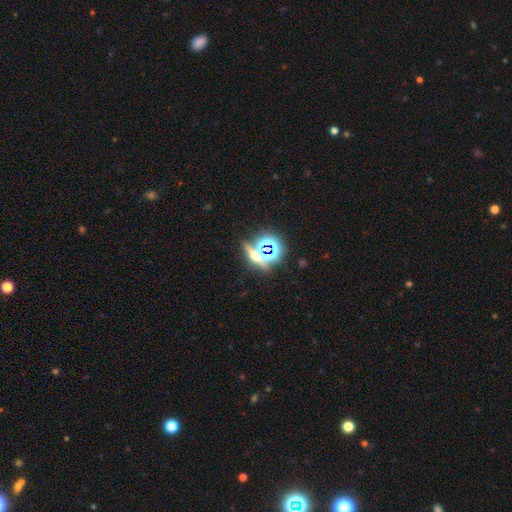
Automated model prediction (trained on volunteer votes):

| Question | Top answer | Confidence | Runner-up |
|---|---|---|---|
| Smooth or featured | star or artifact | 50% | smooth (29%) |